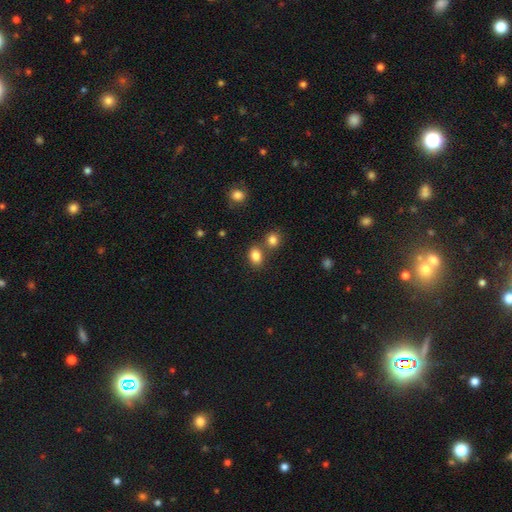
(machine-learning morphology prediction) smooth 84%, star or artifact 11%, featured or disk 6%. Down the decision tree: how rounded — in between (63%); merging — none (64%).